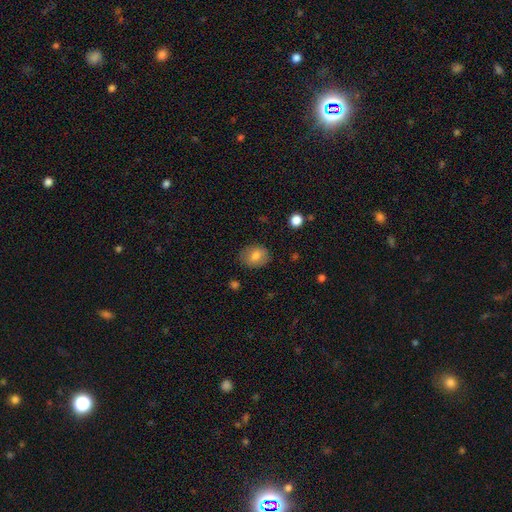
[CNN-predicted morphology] Smooth or featured? Predicted: smooth (p=0.79). How rounded? Predicted: in between (p=0.58). Merging? Predicted: none (p=0.82).